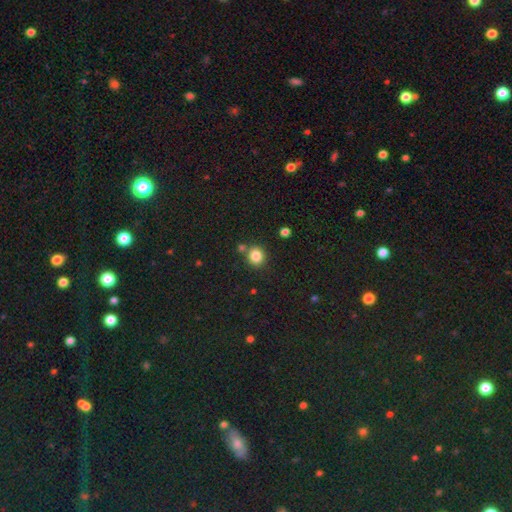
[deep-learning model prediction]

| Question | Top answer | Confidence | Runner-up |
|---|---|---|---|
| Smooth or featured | smooth | 84% | star or artifact (11%) |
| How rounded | round | 85% | in between (14%) |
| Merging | none | 77% | merger (11%) |